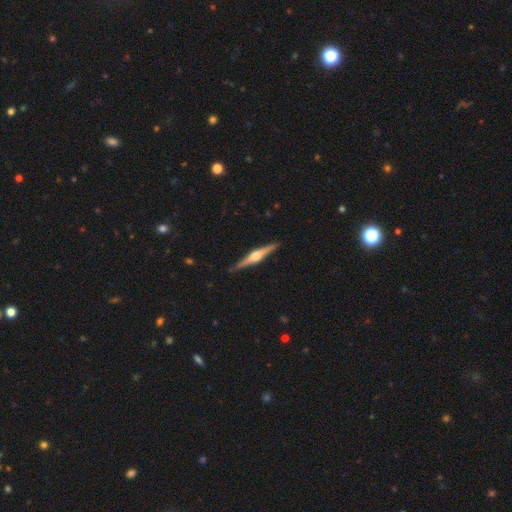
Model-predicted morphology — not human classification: A featured or disk galaxy (80%) viewed edge-on (98%) with a rounded central bulge (90%).

Vote fractions:
- Smooth or featured? featured or disk: 80% / smooth: 15% / star or artifact: 5%
- Edge-on disk? yes: 98% / no: 2%
- Edge-on bulge? rounded: 90% / boxy: 8% / none: 3%
- Merging? none: 90% / minor disturbance: 7% / major disturbance: 1% / merger: 1%